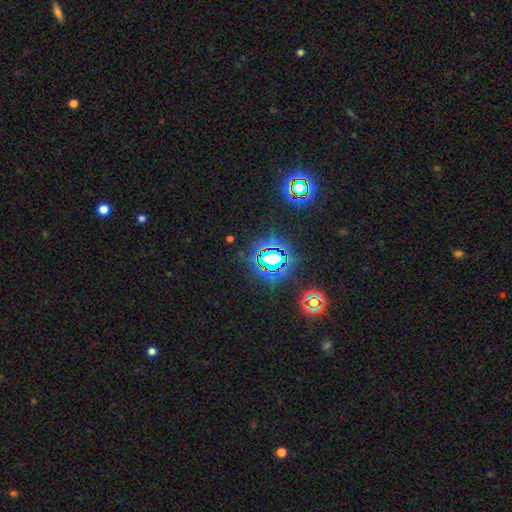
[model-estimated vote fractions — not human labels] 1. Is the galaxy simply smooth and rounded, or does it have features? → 80% star or artifact, 13% smooth, 7% featured or disk.